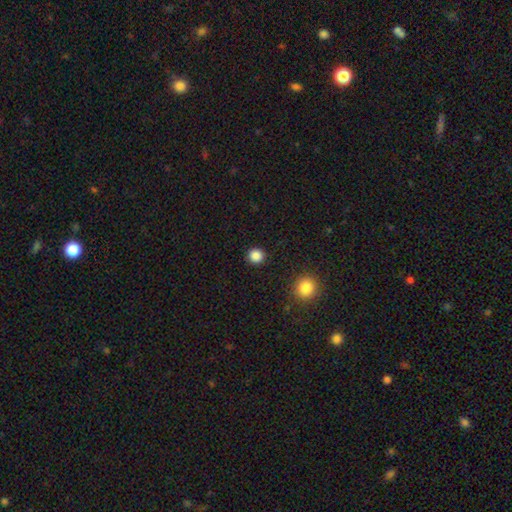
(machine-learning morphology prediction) This appears to be a smooth galaxy with no disk features (86%) that is round (93%). Merging: none (92%).